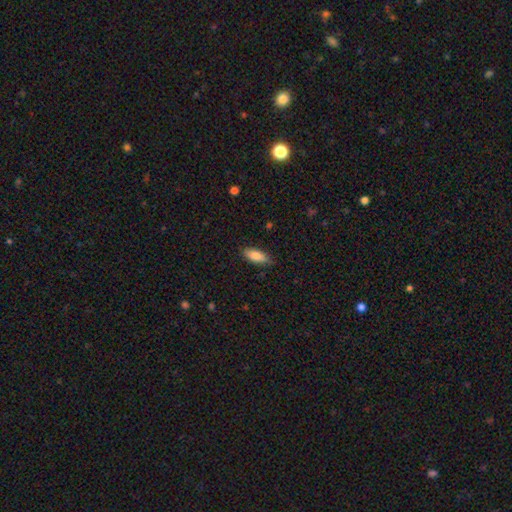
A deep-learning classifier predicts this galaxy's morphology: A smooth galaxy with no disk features (83%) that is in between round and cigar-shaped (74%). Merging: none (85%).